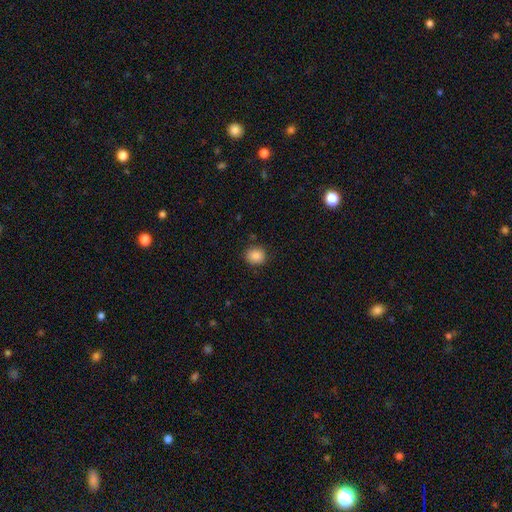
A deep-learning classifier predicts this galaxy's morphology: type=smooth (87%); roundness=round (73%); merging=none (87%).